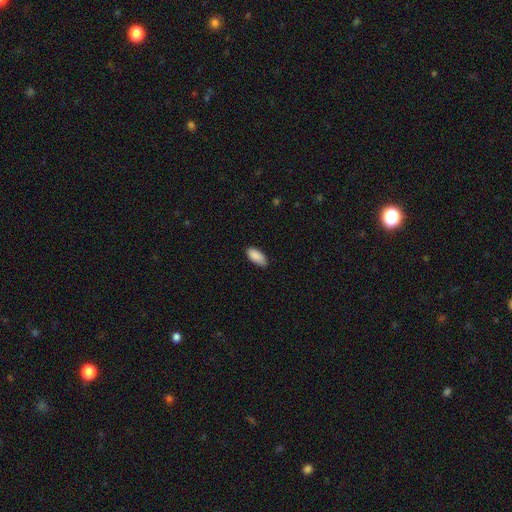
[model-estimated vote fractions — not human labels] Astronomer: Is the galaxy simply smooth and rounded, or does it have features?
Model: smooth — 90%.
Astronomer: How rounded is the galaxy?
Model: in between — 91%.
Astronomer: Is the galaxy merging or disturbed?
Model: none — 81%.